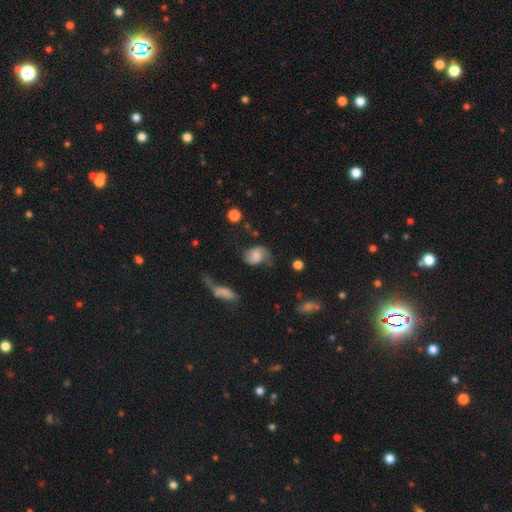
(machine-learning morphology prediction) Smooth or featured: featured or disk — 48% (smooth — 43%)
Merging: none — 48% (minor disturbance — 28%)